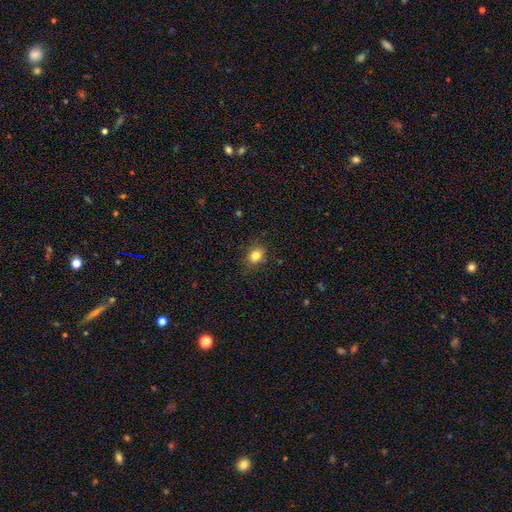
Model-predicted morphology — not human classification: Overall: smooth (81%). How rounded: in between (53%; round 46%). Merging: none (84%).